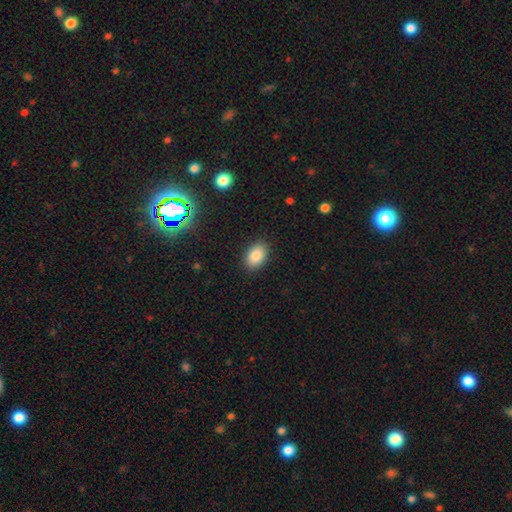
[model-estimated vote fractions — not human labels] The model was most divided on "how rounded": in between: 87%, round: 12%, cigar-shaped: 1%. More confident: merging — none (88%); smooth or featured — smooth (86%).